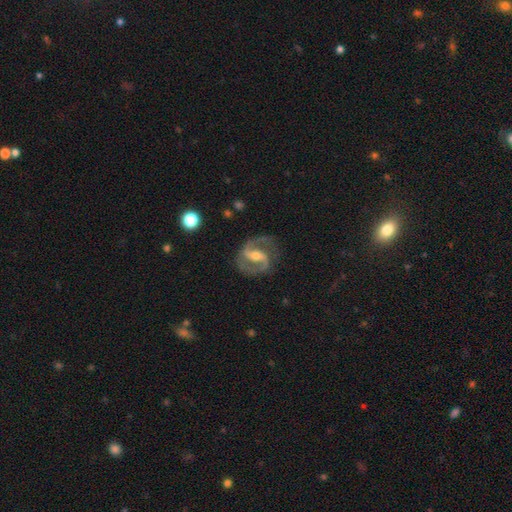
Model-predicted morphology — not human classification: smooth_or_featured: featured or disk (p=0.91) [alt: smooth p=0.05]
disk_edge_on: no (p=0.98) [alt: yes p=0.02]
bar: strong (p=0.47) [alt: weak p=0.36]
has_spiral_arms: yes (p=0.97) [alt: no p=0.03]
spiral_winding: medium (p=0.61) [alt: tight p=0.21]
spiral_arm_count: 2 (p=0.93) [alt: can't tell p=0.02]
bulge_size: moderate (p=0.56) [alt: small p=0.39]
merging: none (p=0.78) [alt: minor disturbance p=0.14]